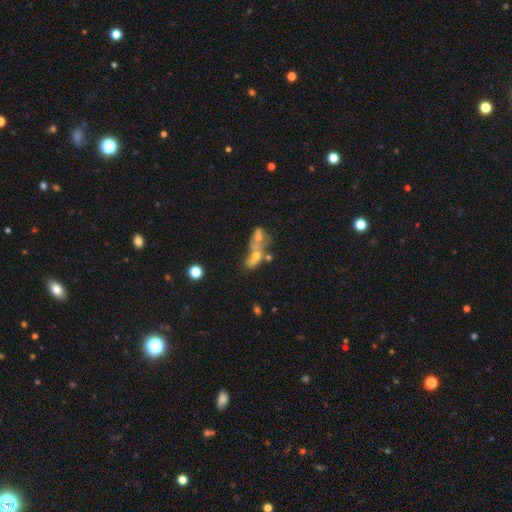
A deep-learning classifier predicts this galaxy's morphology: This appears to be a featured or disk galaxy (42%). Merging: merger (64%).